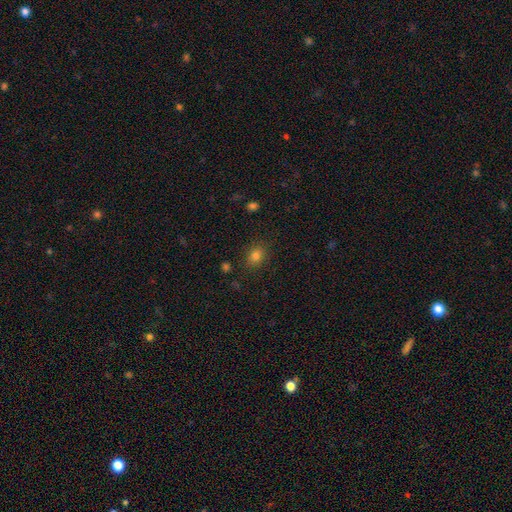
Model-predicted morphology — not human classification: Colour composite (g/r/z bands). It shows a smooth galaxy with no disk features (79%) that is round (57%). Merging: none (85%).